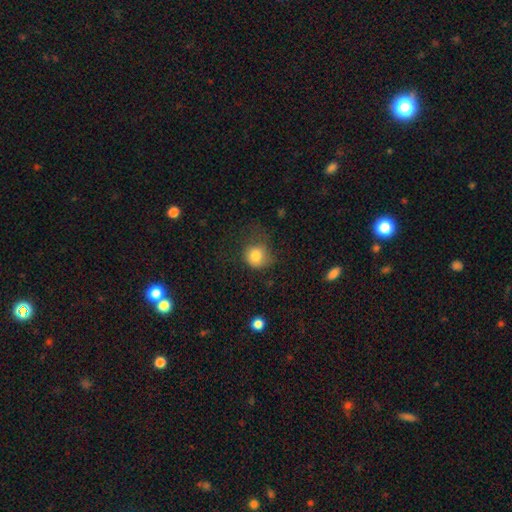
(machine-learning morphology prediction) type=smooth (80%); roundness=round (80%); merging=none (44%).